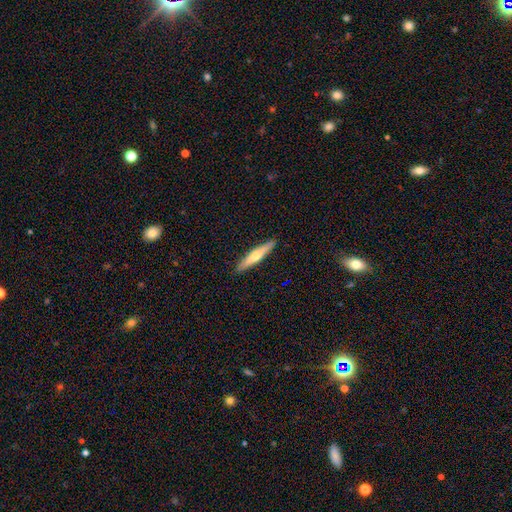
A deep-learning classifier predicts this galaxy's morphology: Smooth or featured? Predicted: featured or disk (p=0.49). Merging? Predicted: none (p=0.92).